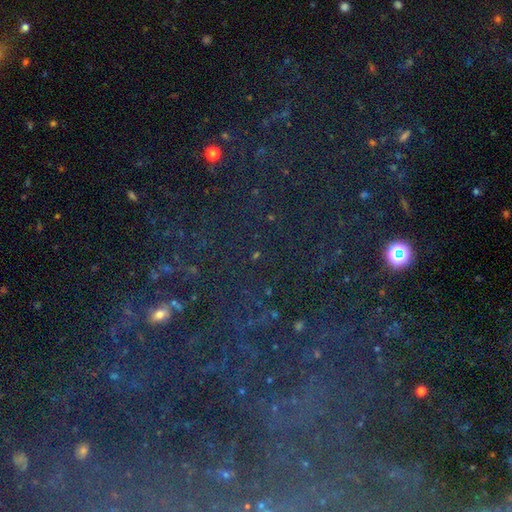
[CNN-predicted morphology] A star or artifact, not a galaxy (77%).